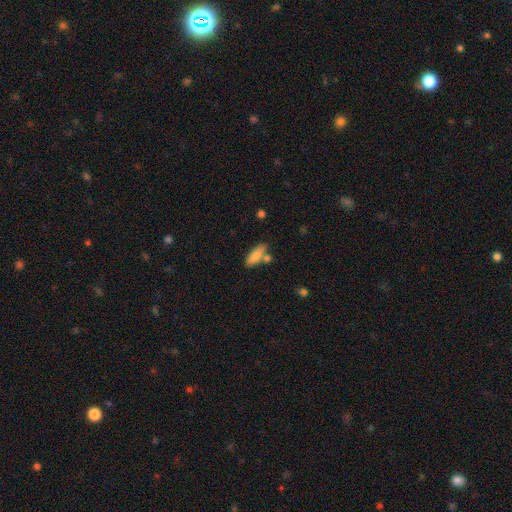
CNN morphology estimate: This is clearly a smooth galaxy (80%). How rounded: likely in between (61%). Merging: likely none (67%).